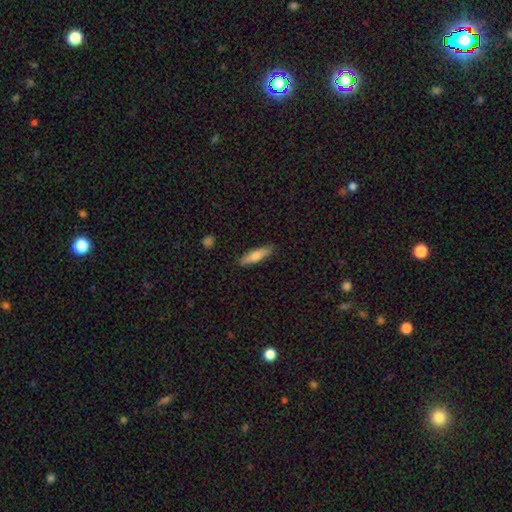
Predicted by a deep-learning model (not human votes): Smooth or featured?
  - smooth: 70% *
  - featured or disk: 24%
  - star or artifact: 6%
How rounded?
  - cigar-shaped: 73% *
  - in between: 25%
  - round: 2%
Merging?
  - none: 88% *
  - minor disturbance: 9%
  - major disturbance: 2%
  - merger: 1%